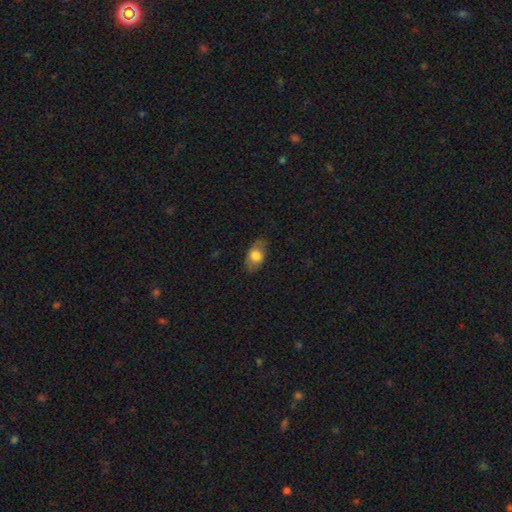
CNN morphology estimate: Smooth or featured? smooth (71%)
How rounded? in between (86%)
Merging? none (74%)